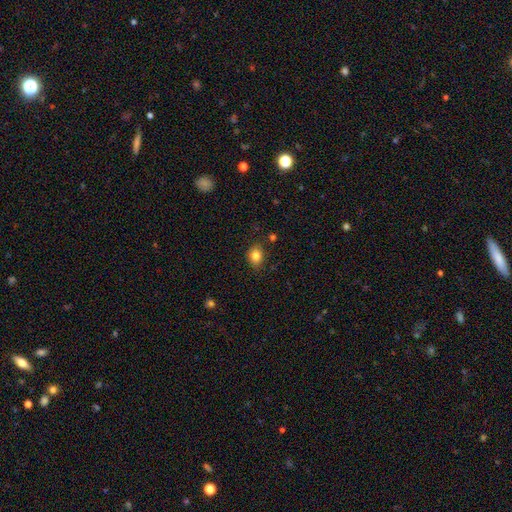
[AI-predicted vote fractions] A smooth galaxy with no disk features (83%) that is round (52%). Merging: none (80%).